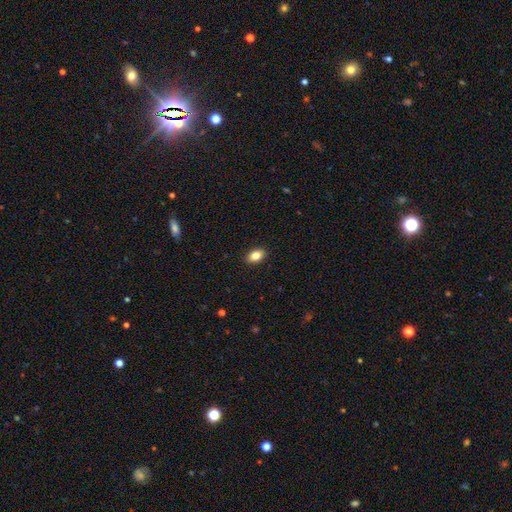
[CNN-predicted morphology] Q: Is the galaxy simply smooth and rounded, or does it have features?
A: smooth — 85%.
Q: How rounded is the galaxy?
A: in between — 87%.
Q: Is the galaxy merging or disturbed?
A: none — 90%.